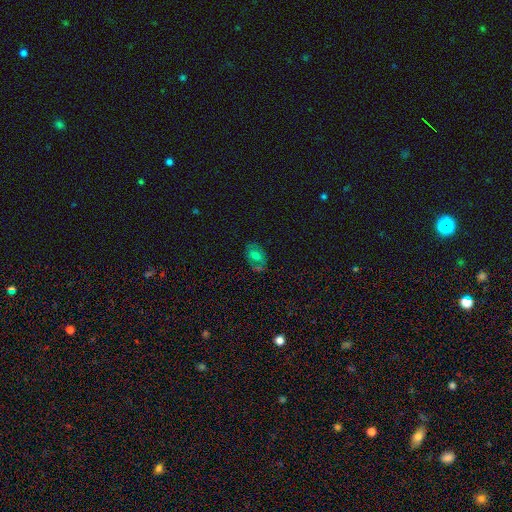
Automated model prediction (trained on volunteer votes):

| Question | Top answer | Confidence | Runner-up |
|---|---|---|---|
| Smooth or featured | smooth | 50% | featured or disk (35%) |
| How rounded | in between | 83% | round (15%) |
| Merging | none | 62% | minor disturbance (21%) |